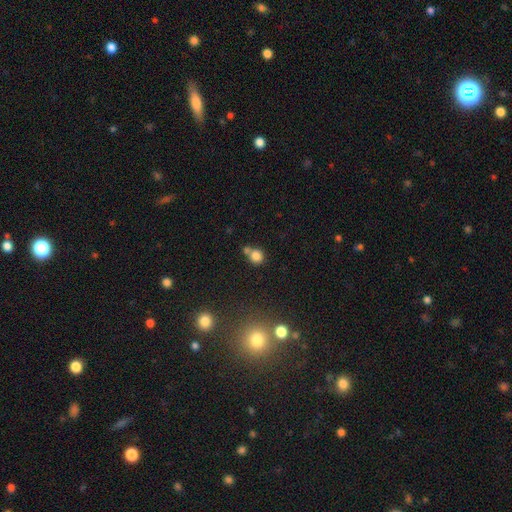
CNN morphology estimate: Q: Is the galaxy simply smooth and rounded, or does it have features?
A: smooth — 80%.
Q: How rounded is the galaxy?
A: round — 84%.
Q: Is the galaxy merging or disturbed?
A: none — 52%.